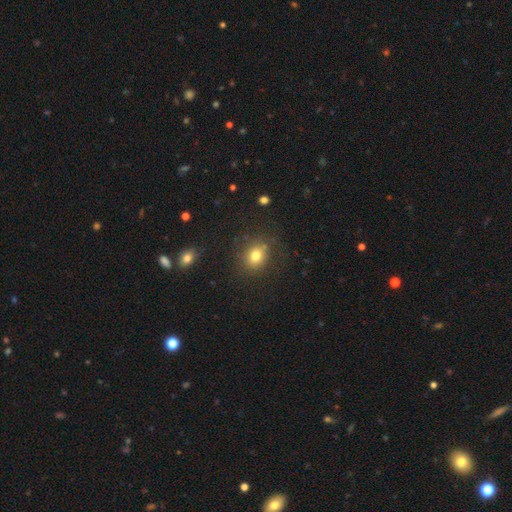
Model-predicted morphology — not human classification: Q: Smooth or featured?
A: smooth (77%); runner-up: star or artifact (14%)
Q: How rounded?
A: round (65%); runner-up: in between (34%)
Q: Merging?
A: none (80%); runner-up: minor disturbance (12%)